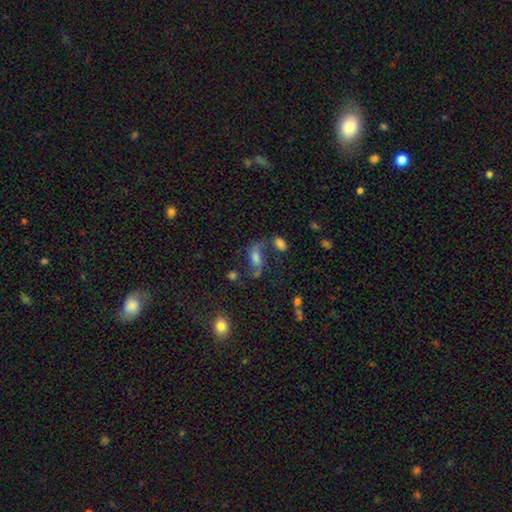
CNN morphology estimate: Smooth or featured? Predicted: smooth (p=0.42). Merging? Predicted: none (p=0.42).